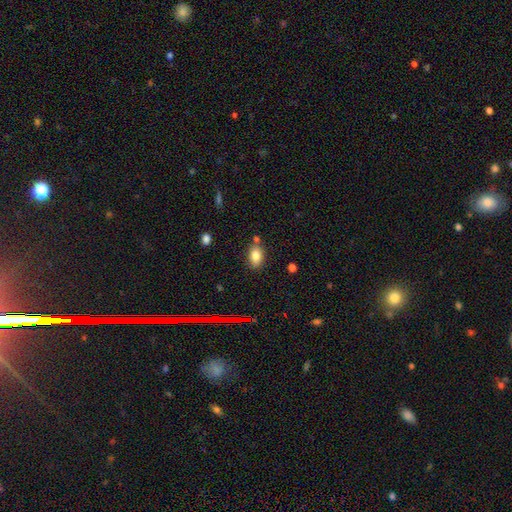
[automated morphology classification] Smooth or featured?
  - smooth: 81% *
  - star or artifact: 10%
  - featured or disk: 9%
How rounded?
  - in between: 85% *
  - round: 13%
  - cigar-shaped: 2%
Merging?
  - none: 75% *
  - minor disturbance: 13%
  - merger: 9%
  - major disturbance: 3%